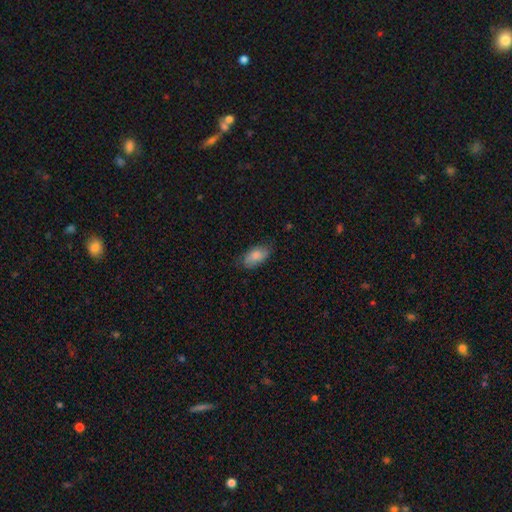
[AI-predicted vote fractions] Overall: smooth (83%). How rounded: in between (92%). Merging: none (72%).